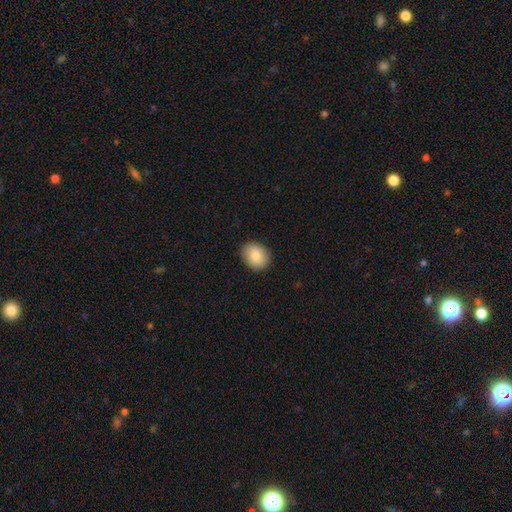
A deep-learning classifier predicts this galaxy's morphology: Smooth or featured?
  - smooth: 84% *
  - featured or disk: 9%
  - star or artifact: 7%
How rounded?
  - round: 50% *
  - in between: 49%
  - cigar-shaped: 1%
Merging?
  - none: 88% *
  - minor disturbance: 9%
  - major disturbance: 2%
  - merger: 1%